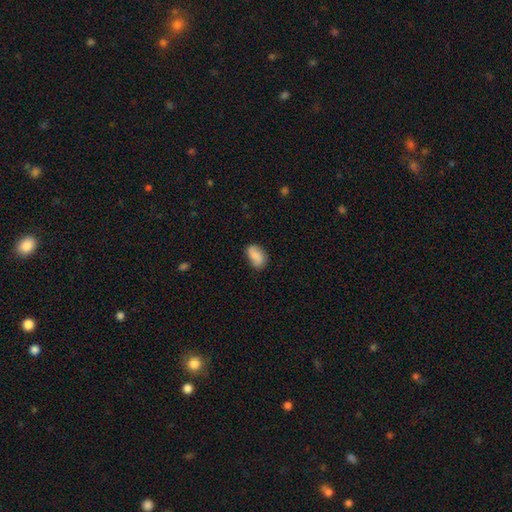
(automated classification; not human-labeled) Smooth or featured: smooth — 79% (featured or disk — 13%)
How rounded: in between — 90% (round — 8%)
Merging: none — 73% (minor disturbance — 21%)